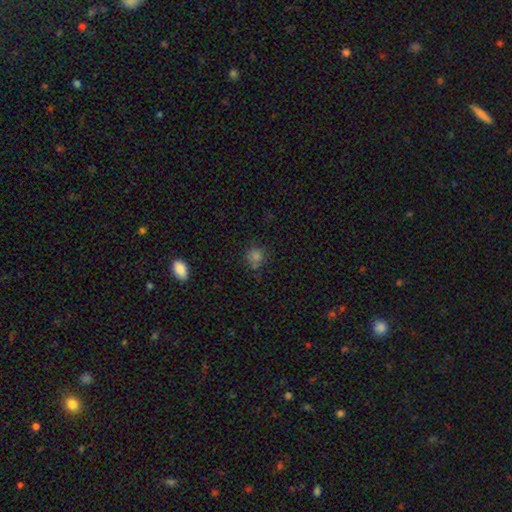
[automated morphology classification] This appears to be a smooth galaxy with no disk features (77%) that is round (84%). Merging: none (73%).